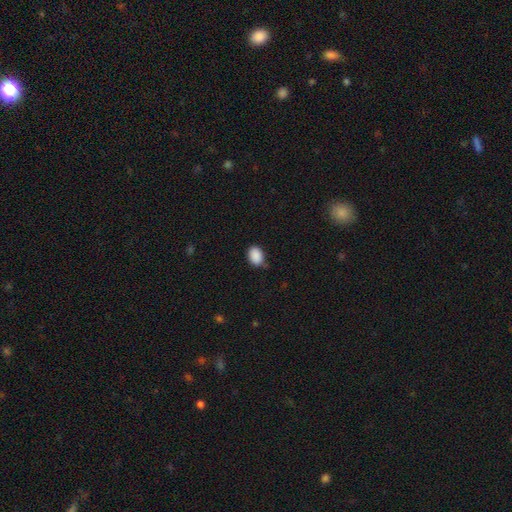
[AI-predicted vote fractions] Smooth or featured: smooth — 90% (star or artifact — 7%)
How rounded: in between — 78% (round — 21%)
Merging: none — 77% (minor disturbance — 18%)